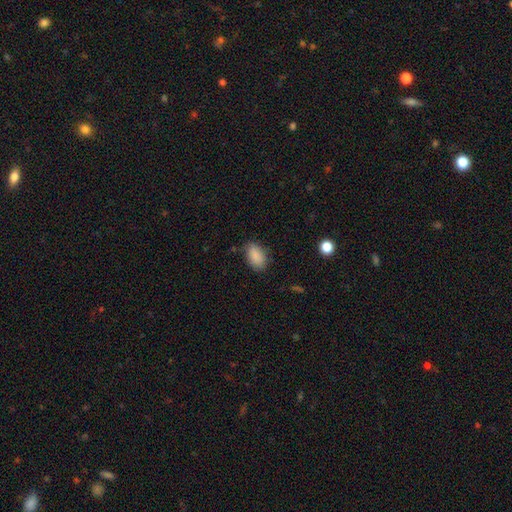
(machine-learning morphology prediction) type=smooth (88%); roundness=in between (91%); merging=none (76%).